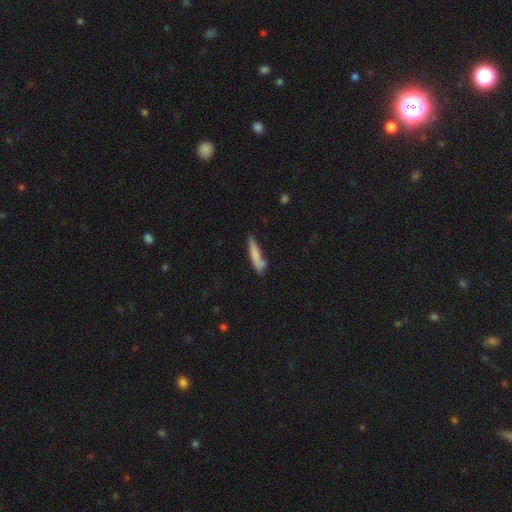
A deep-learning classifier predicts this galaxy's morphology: This is likely a smooth galaxy (73%). How rounded: clearly cigar-shaped (87%). Merging: possibly none (59%).